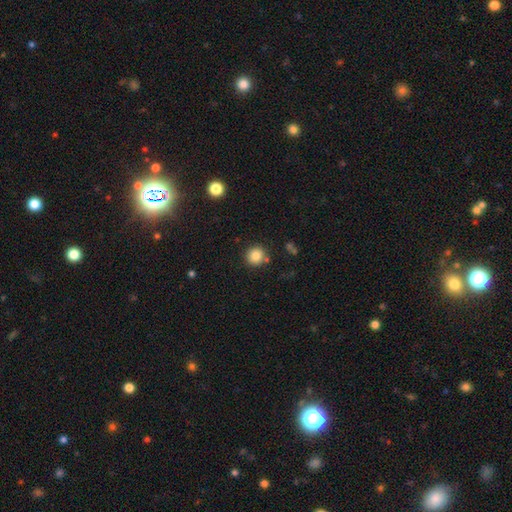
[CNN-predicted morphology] Smooth or featured? Predicted: smooth (p=0.84). How rounded? Predicted: round (p=0.90). Merging? Predicted: none (p=0.84).